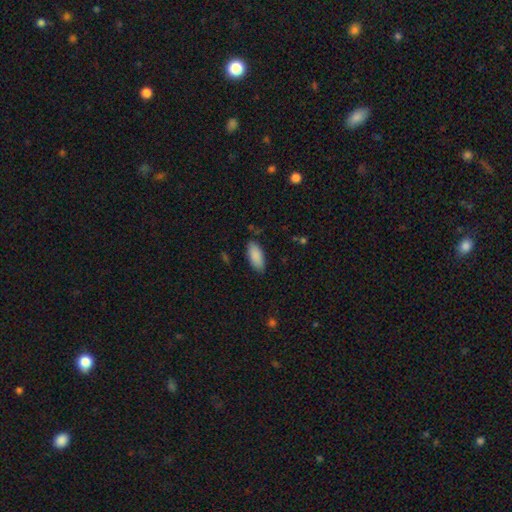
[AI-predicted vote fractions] The model was most divided on "merging": none: 85%, minor disturbance: 12%, major disturbance: 2%, merger: 1%. More confident: smooth or featured — smooth (89%); how rounded — in between (87%).